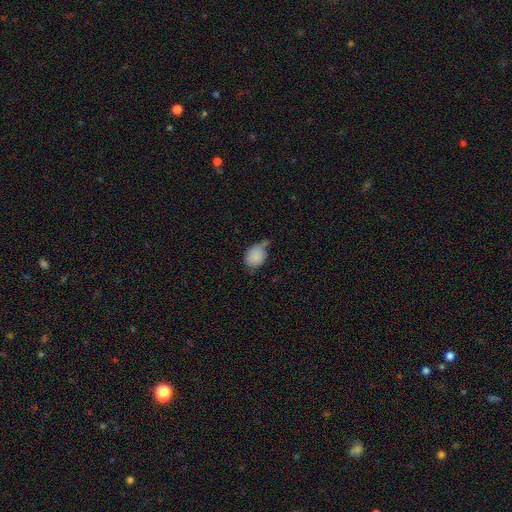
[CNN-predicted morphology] A smooth galaxy with no disk features (84%) that is in between round and cigar-shaped (61%). Merging: minor disturbance (41%).